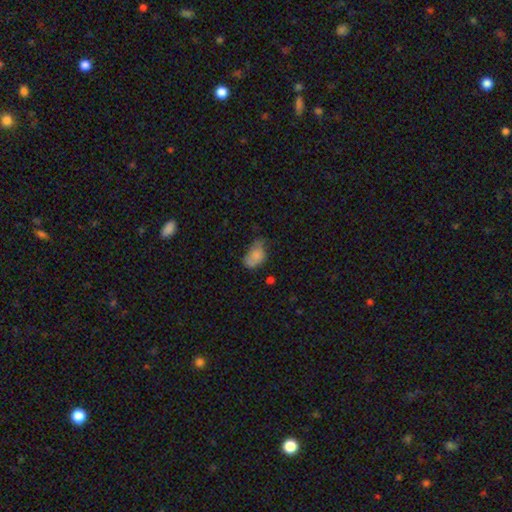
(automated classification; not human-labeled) This is likely a smooth galaxy (72%). How rounded: clearly in between (85%). Merging: marginally minor disturbance (40%).